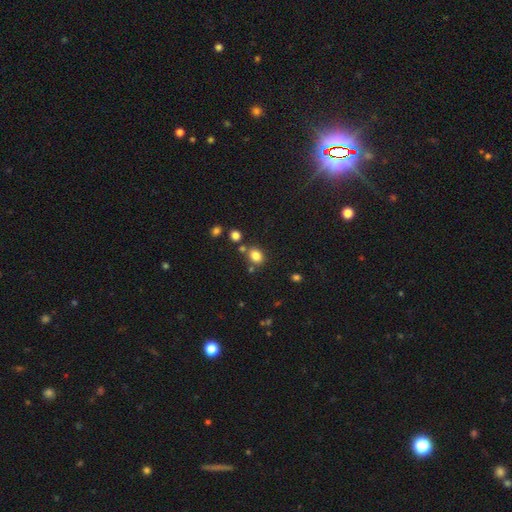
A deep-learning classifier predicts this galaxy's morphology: The model was most divided on "how rounded": round: 52%, in between: 47%, cigar-shaped: 1%. More confident: smooth or featured — smooth (81%); merging — none (71%).